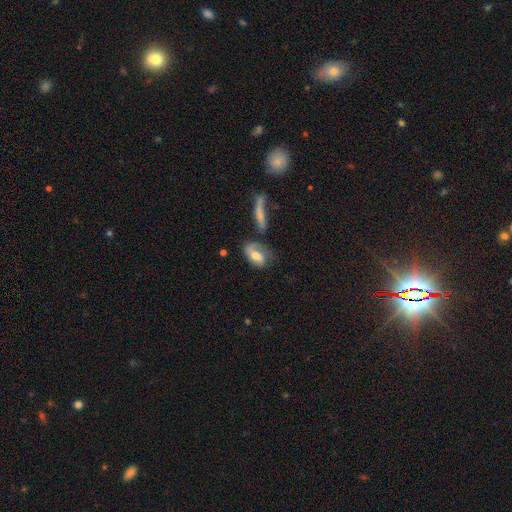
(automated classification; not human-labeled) Smooth or featured? smooth (59%)
How rounded? in between (84%)
Merging? none (45%)